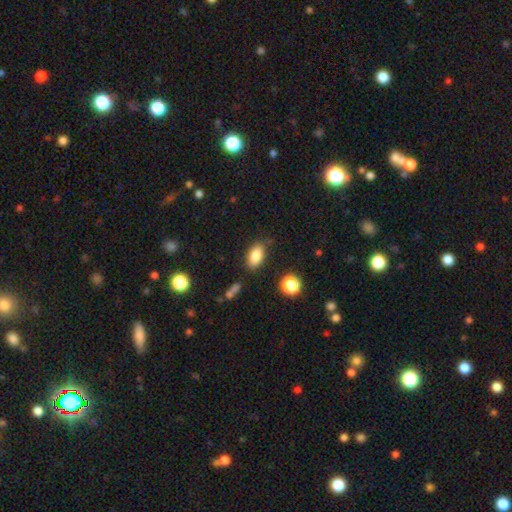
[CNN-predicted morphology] smooth 84%, star or artifact 9%, featured or disk 7%. Down the decision tree: how rounded — in between (89%); merging — none (77%).